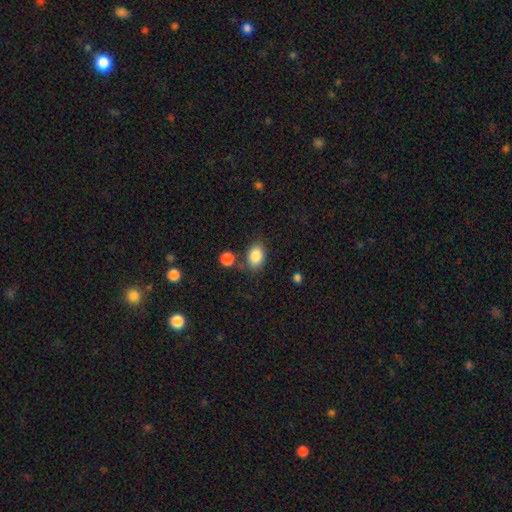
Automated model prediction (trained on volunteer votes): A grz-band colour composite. It shows a smooth galaxy with no disk features (85%) that is in between round and cigar-shaped (71%). Merging: none (69%).